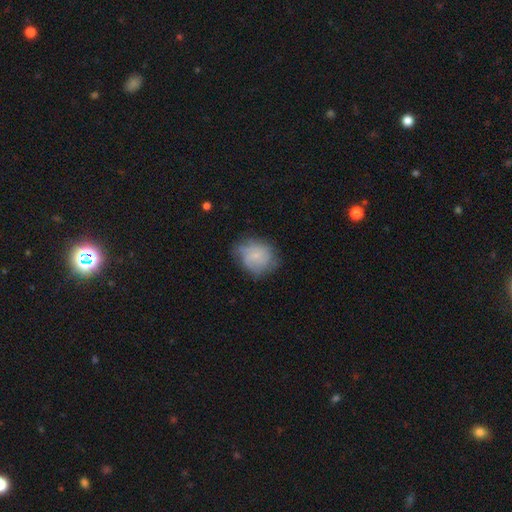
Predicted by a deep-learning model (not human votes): A smooth galaxy with no disk features (51%) that is round (71%).

Vote fractions:
- Smooth or featured? smooth: 51% / featured or disk: 40% / star or artifact: 9%
- How rounded? round: 71% / in between: 28% / cigar-shaped: 1%
- Merging? none: 57% / minor disturbance: 29% / major disturbance: 12% / merger: 2%